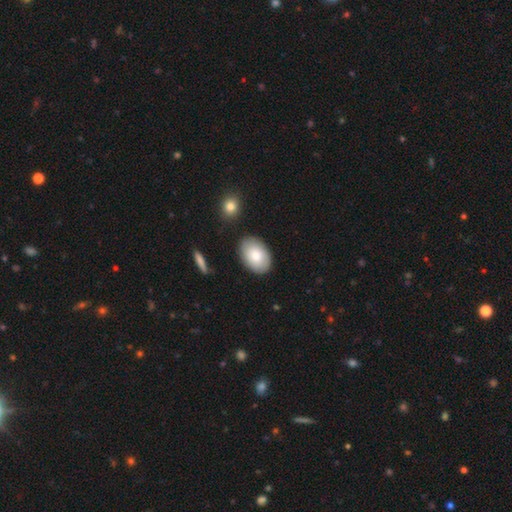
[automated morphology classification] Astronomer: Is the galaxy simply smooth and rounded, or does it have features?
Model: smooth — 79%.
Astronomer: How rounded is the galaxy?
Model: in between — 87%.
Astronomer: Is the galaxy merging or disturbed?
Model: none — 84%.